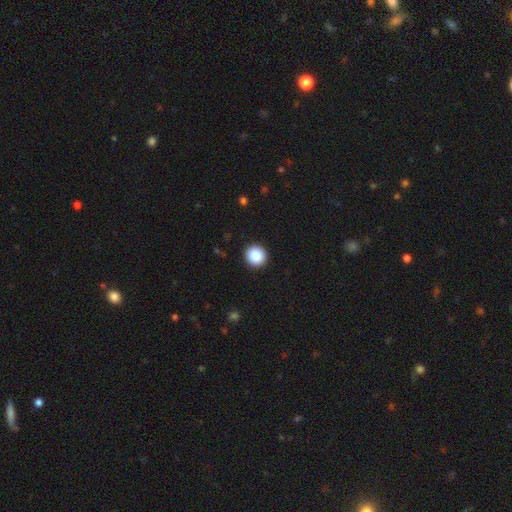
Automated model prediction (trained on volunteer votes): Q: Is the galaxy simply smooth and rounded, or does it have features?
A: smooth — 88%.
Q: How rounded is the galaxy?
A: round — 94%.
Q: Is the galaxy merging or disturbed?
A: none — 93%.